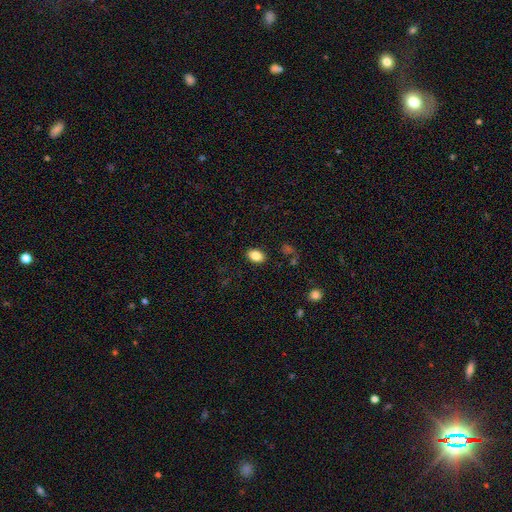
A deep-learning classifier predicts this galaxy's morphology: A smooth galaxy with no disk features (86%) that is in between round and cigar-shaped (87%).

Vote fractions:
- Smooth or featured? smooth: 86% / star or artifact: 9% / featured or disk: 6%
- How rounded? in between: 87% / round: 12% / cigar-shaped: 1%
- Merging? none: 88% / minor disturbance: 9% / major disturbance: 2% / merger: 1%